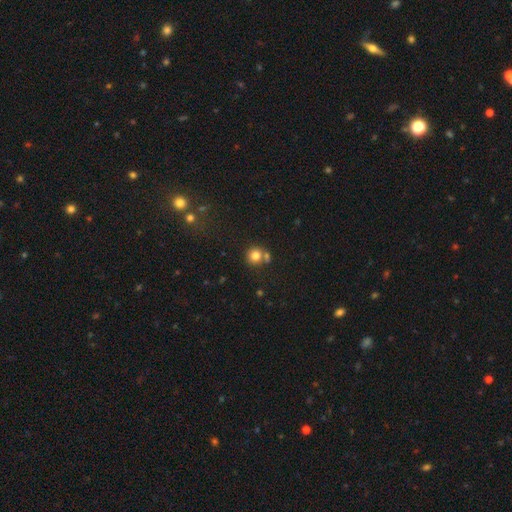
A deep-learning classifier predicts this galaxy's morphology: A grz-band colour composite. It shows a smooth galaxy with no disk features (80%) that is round (90%). Merging: none (65%).